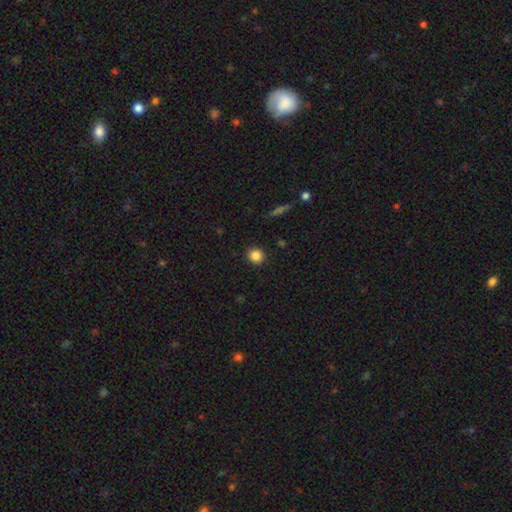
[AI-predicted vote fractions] smooth-or-featured: smooth: 85% | star or artifact: 10% | featured or disk: 4%
  how-rounded: round: 89% | in between: 10% | cigar-shaped: 1%
  merging: none: 91% | minor disturbance: 6% | major disturbance: 2% | merger: 1%